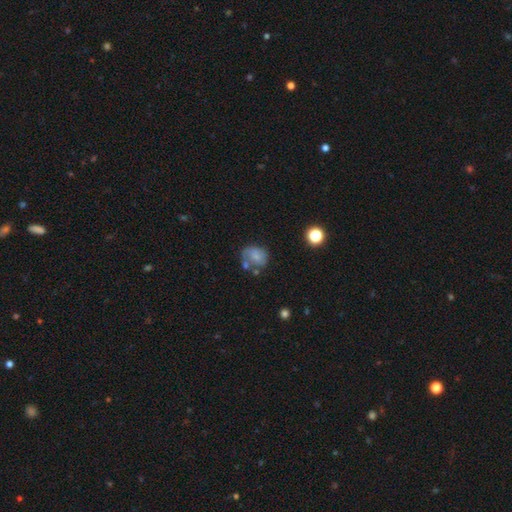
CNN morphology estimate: smooth-or-featured: smooth: 59% | featured or disk: 30% | star or artifact: 11%
  how-rounded: in between: 51% | round: 47% | cigar-shaped: 1%
  merging: none: 42% | minor disturbance: 26% | major disturbance: 18% | merger: 14%